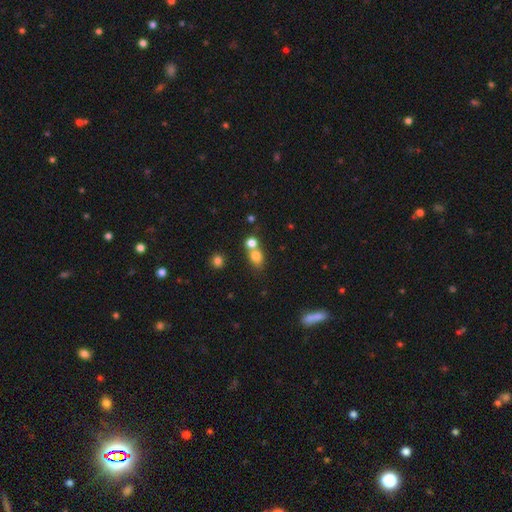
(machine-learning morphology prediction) smooth-or-featured: smooth: 77% | star or artifact: 14% | featured or disk: 10%
  how-rounded: round: 59% | in between: 40% | cigar-shaped: 2%
  merging: merger: 46% | none: 42% | minor disturbance: 8% | major disturbance: 4%